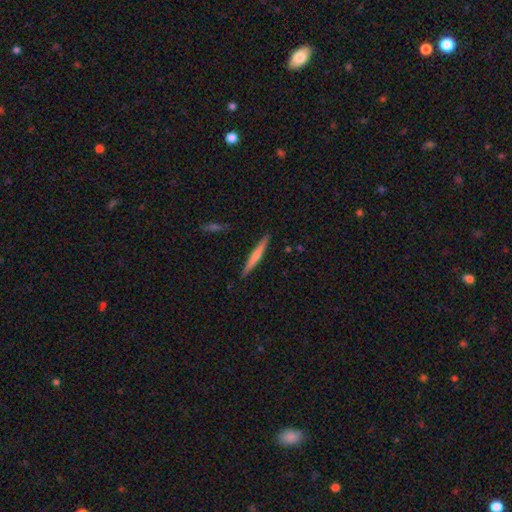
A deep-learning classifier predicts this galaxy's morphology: type=smooth (54%); roundness=cigar-shaped (96%); merging=none (90%).